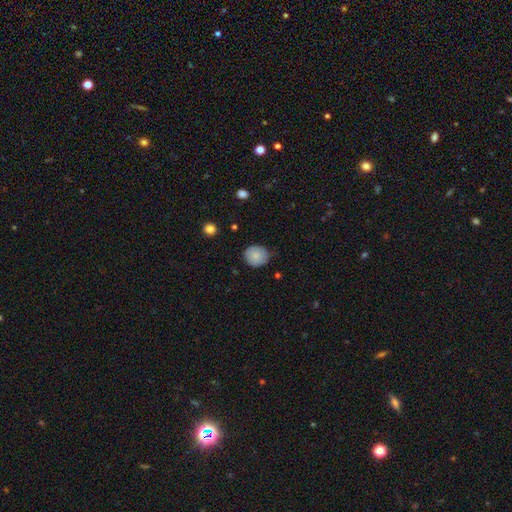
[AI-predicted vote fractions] Smooth or featured: smooth — 84% (featured or disk — 9%)
How rounded: round — 82% (in between — 18%)
Merging: none — 76% (minor disturbance — 20%)